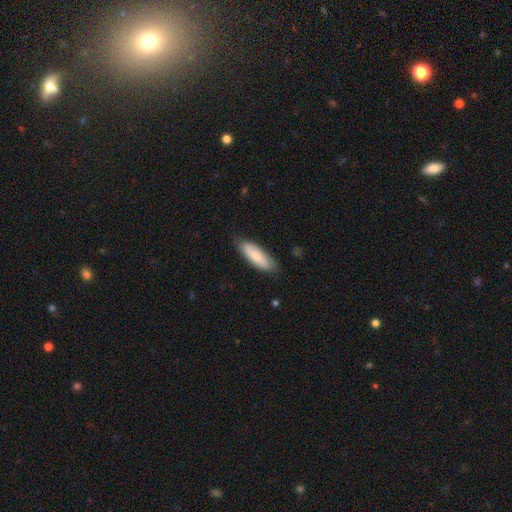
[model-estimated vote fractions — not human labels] Smooth or featured?
  - smooth: 78% *
  - featured or disk: 17%
  - star or artifact: 5%
How rounded?
  - in between: 56% *
  - cigar-shaped: 43%
  - round: 2%
Merging?
  - none: 77% *
  - minor disturbance: 18%
  - major disturbance: 3%
  - merger: 1%